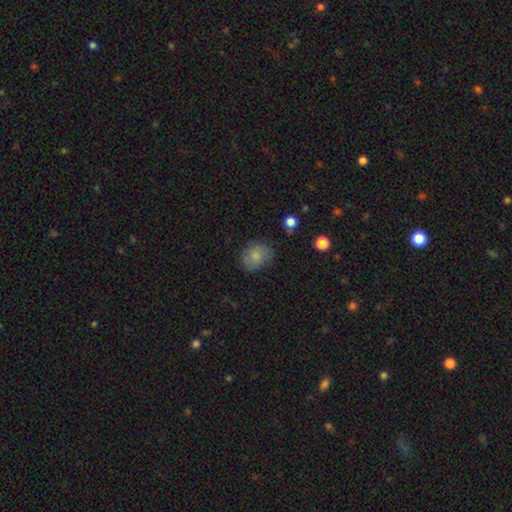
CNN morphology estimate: smooth_or_featured: smooth (p=0.75) [alt: featured or disk p=0.17]
how_rounded: round (p=0.56) [alt: in between p=0.43]
merging: none (p=0.69) [alt: minor disturbance p=0.23]